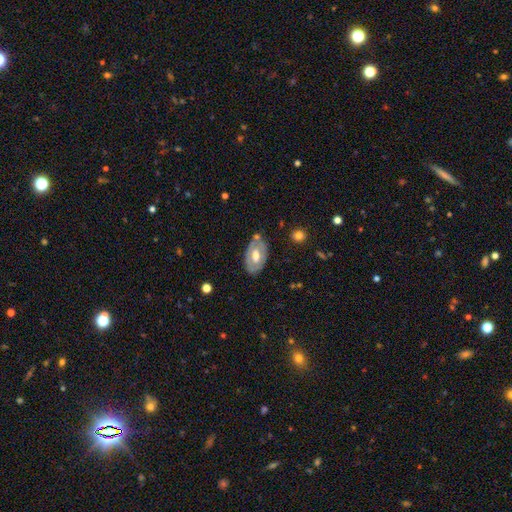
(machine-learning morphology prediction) Smooth or featured: featured or disk — 54% (smooth — 41%)
Edge-on disk: no — 89% (yes — 11%)
Merging: none — 71% (minor disturbance — 20%)